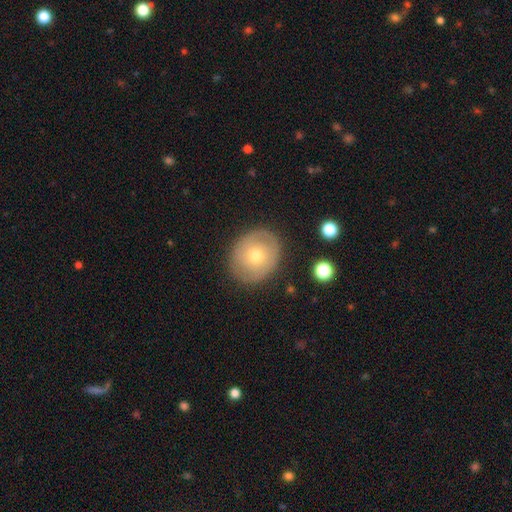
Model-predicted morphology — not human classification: This is possibly a smooth galaxy (50%). Merging: clearly none (82%).